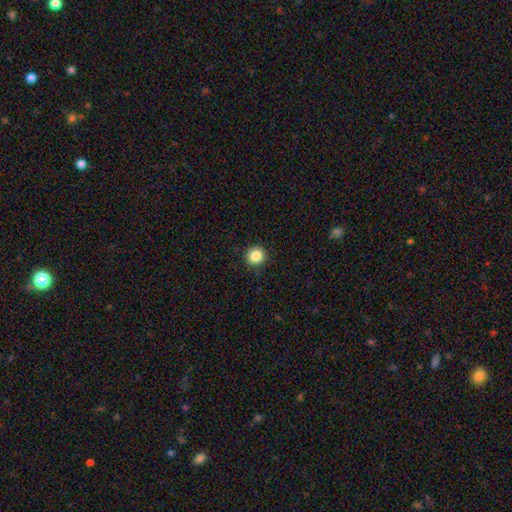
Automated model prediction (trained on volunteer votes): Smooth or featured?
  - smooth: 86% *
  - star or artifact: 10%
  - featured or disk: 4%
How rounded?
  - round: 94% *
  - in between: 5%
  - cigar-shaped: 1%
Merging?
  - none: 91% *
  - minor disturbance: 7%
  - major disturbance: 2%
  - merger: 1%